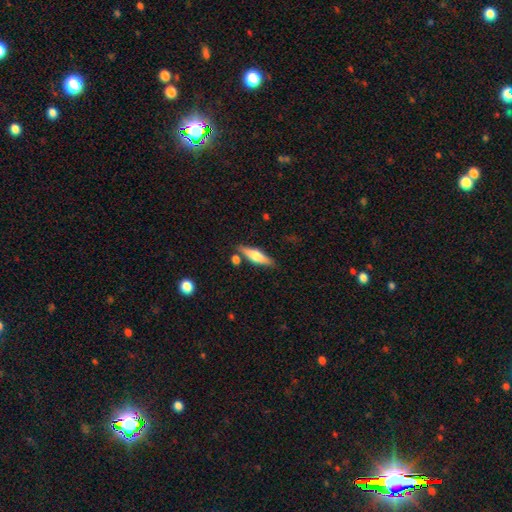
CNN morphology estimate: A smooth galaxy with no disk features (48%).

Vote fractions:
- Smooth or featured? smooth: 48% / featured or disk: 46% / star or artifact: 6%
- Merging? none: 79% / minor disturbance: 11% / merger: 7% / major disturbance: 3%